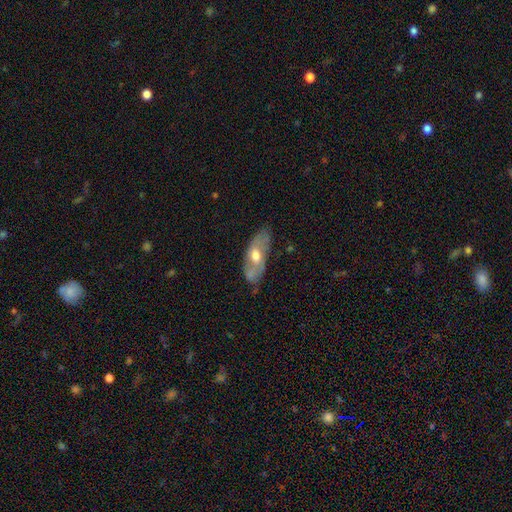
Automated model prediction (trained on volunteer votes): The model was most divided on "smooth or featured": featured or disk: 53%, smooth: 41%, star or artifact: 6%. More confident: edge-on disk — no (77%); merging — none (67%).